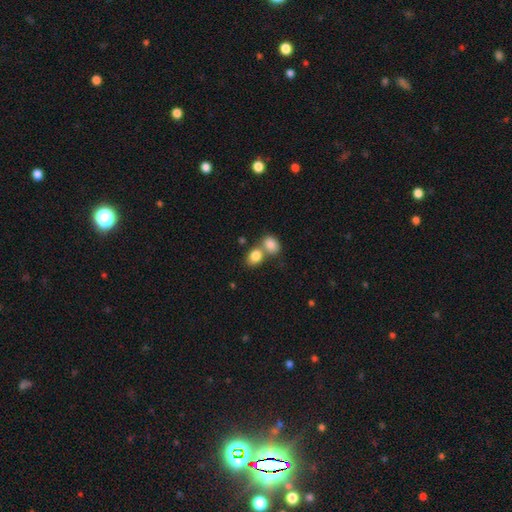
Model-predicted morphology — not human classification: Smooth or featured? smooth (84%)
How rounded? in between (58%)
Merging? merger (53%)